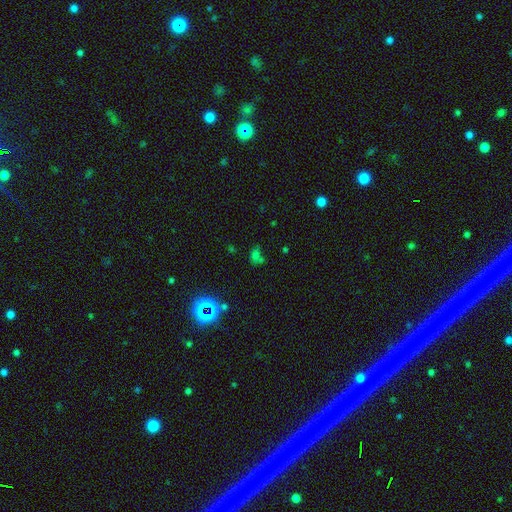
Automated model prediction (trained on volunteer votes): smooth 45%, star or artifact 43%, featured or disk 12%. Down the decision tree: merging — none (50%).